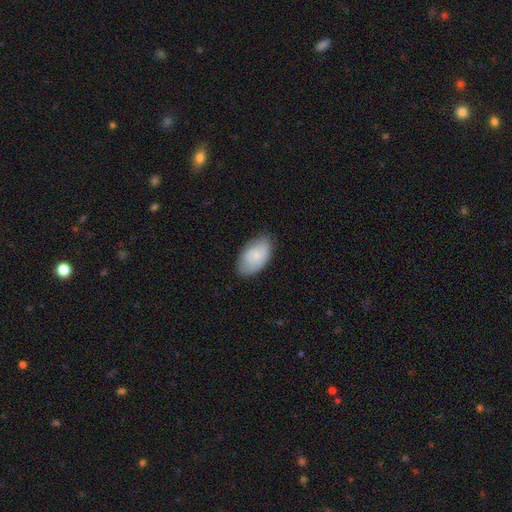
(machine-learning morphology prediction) The model was most divided on "smooth or featured": smooth: 76%, featured or disk: 18%, star or artifact: 6%. More confident: how rounded — in between (94%); merging — none (78%).